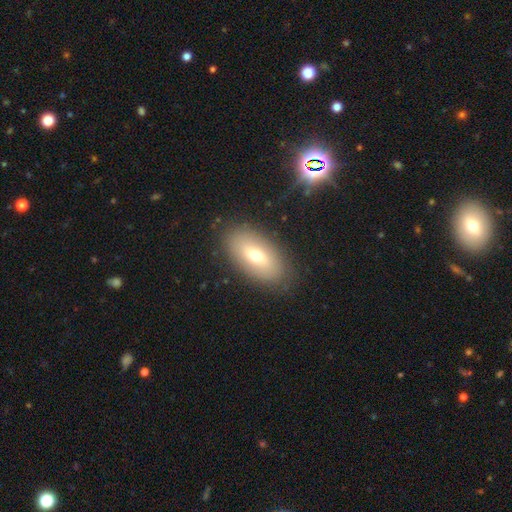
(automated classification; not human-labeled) This is likely a smooth galaxy (63%). How rounded: clearly in between (91%). Merging: clearly none (85%).